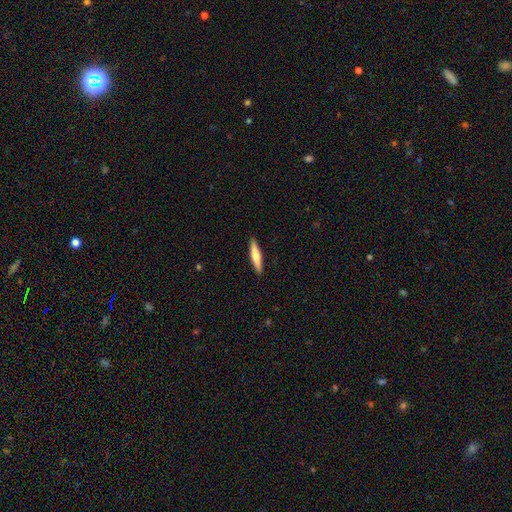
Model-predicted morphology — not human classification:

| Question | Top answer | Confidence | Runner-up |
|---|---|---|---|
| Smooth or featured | smooth | 57% | featured or disk (38%) |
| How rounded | cigar-shaped | 87% | in between (11%) |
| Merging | none | 91% | minor disturbance (6%) |